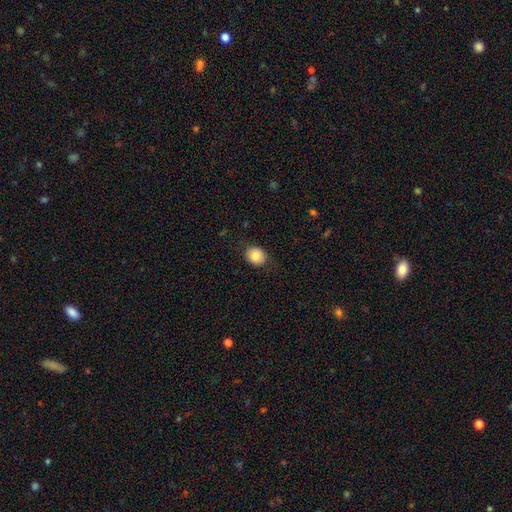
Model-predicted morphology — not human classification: Smooth or featured? Predicted: smooth (p=0.84). How rounded? Predicted: round (p=0.67). Merging? Predicted: none (p=0.83).